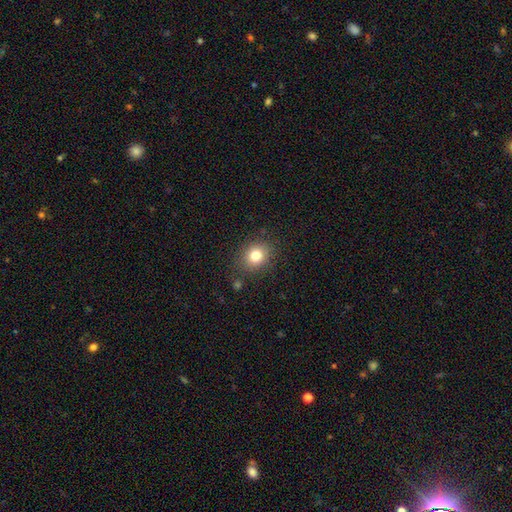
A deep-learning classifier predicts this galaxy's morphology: This is likely a smooth galaxy (79%). How rounded: likely round (67%). Merging: clearly none (84%).